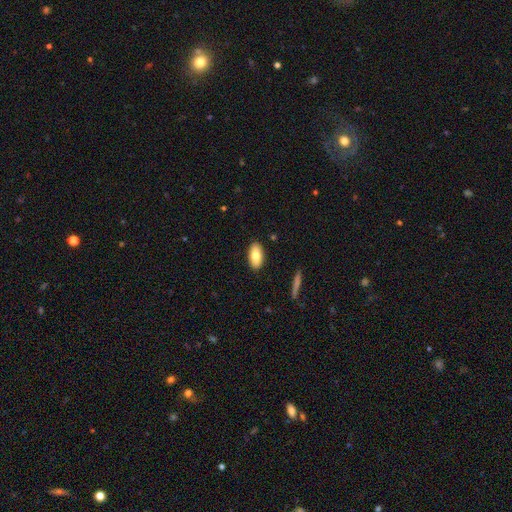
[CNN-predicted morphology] smooth 77%, featured or disk 17%, star or artifact 6%. Down the decision tree: how rounded — in between (91%); merging — none (89%).